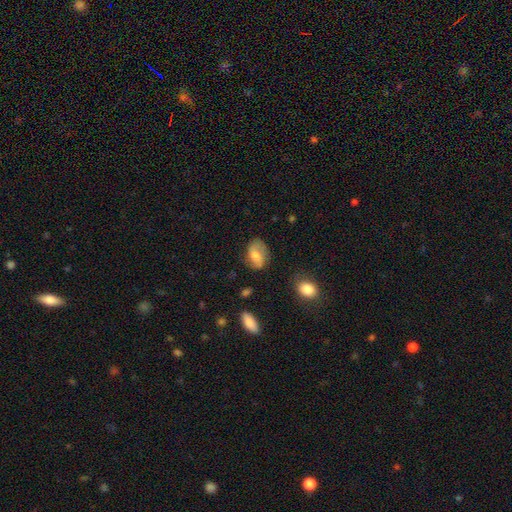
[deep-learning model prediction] This appears to be a smooth galaxy with no disk features (51%) that is in between round and cigar-shaped (81%). Merging: none (69%).